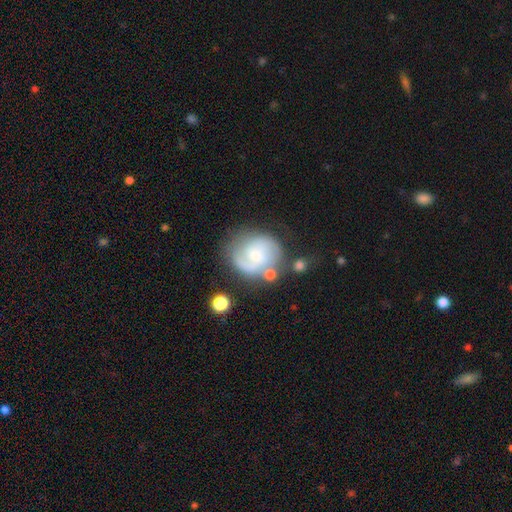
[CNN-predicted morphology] A featured or disk galaxy (66%) with no bar (56%), 2 (63%) medium (45%) spiral arms (88%) and a small central bulge (51%).

Vote fractions:
- Smooth or featured? featured or disk: 66% / smooth: 26% / star or artifact: 7%
- Edge-on disk? no: 98% / yes: 2%
- Bar? no: 56% / weak: 38% / strong: 6%
- Spiral arms? yes: 88% / no: 12%
- Spiral winding? medium: 45% / tight: 32% / loose: 23%
- Spiral arm count? 2: 63% / 1: 15% / can't tell: 14% / 3: 5% / 4: 2% / more than 4: 2%
- Bulge size? small: 51% / moderate: 35% / none: 8% / large: 5% / dominant: 2%
- Merging? none: 60% / minor disturbance: 19% / major disturbance: 11% / merger: 10%